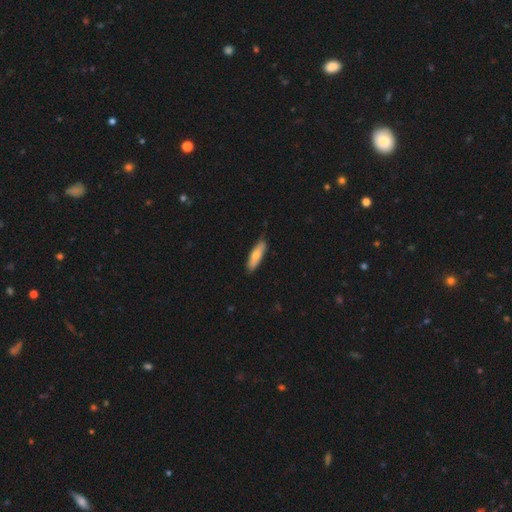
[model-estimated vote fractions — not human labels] Smooth or featured: smooth — 71% (featured or disk — 24%)
How rounded: cigar-shaped — 58% (in between — 41%)
Merging: none — 79% (minor disturbance — 17%)